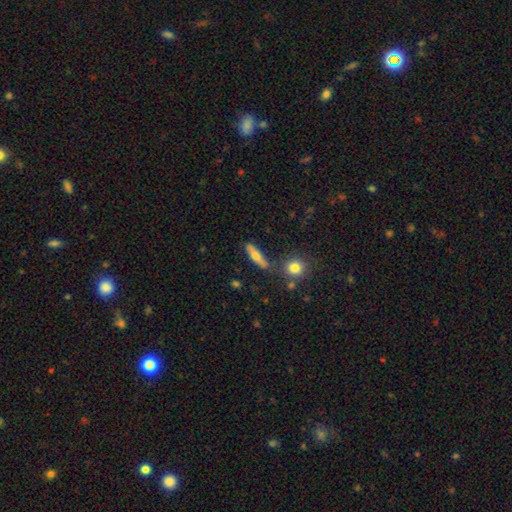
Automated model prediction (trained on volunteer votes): A smooth galaxy with no disk features (61%) that is cigar-shaped (70%).

Vote fractions:
- Smooth or featured? smooth: 61% / featured or disk: 31% / star or artifact: 7%
- How rounded? cigar-shaped: 70% / in between: 25% / round: 4%
- Merging? none: 79% / minor disturbance: 12% / merger: 6% / major disturbance: 3%